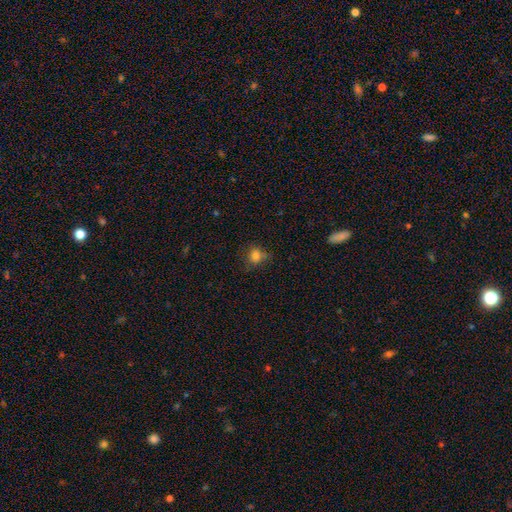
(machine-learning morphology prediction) smooth_or_featured: smooth (p=0.78) [alt: star or artifact p=0.14]
how_rounded: round (p=0.68) [alt: in between p=0.31]
merging: none (p=0.66) [alt: minor disturbance p=0.21]